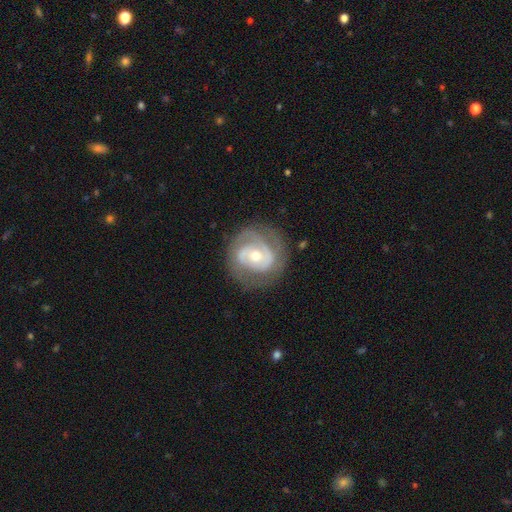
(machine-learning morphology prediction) featured or disk 81%, smooth 14%, star or artifact 5%. Down the decision tree: edge-on disk — no (98%); bar — no (59%); spiral arms — yes (90%); spiral arm count — 2 (54%); spiral winding — tight (56%); bulge size — moderate (52%); merging — none (73%).